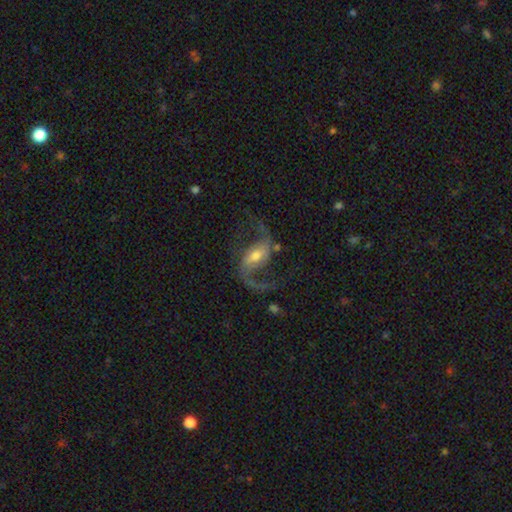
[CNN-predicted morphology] Q: Smooth or featured?
A: featured or disk (89%); runner-up: smooth (6%)
Q: Edge-on disk?
A: no (97%); runner-up: yes (3%)
Q: Bar?
A: weak (45%); runner-up: strong (34%)
Q: Spiral arms?
A: yes (97%); runner-up: no (3%)
Q: Spiral winding?
A: loose (72%); runner-up: medium (24%)
Q: Spiral arm count?
A: 2 (93%); runner-up: 1 (2%)
Q: Bulge size?
A: moderate (57%); runner-up: small (33%)
Q: Merging?
A: none (71%); runner-up: major disturbance (14%)